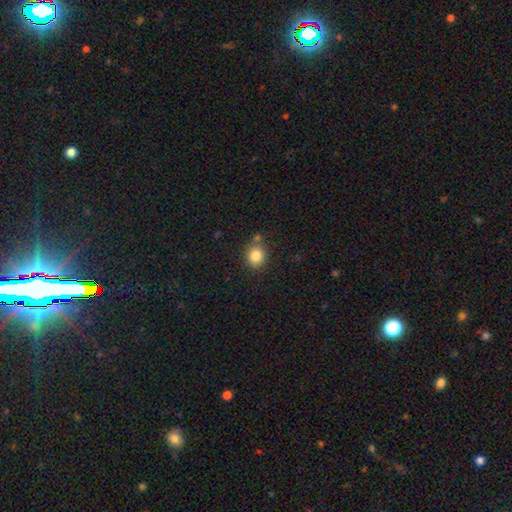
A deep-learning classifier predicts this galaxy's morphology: Smooth or featured: smooth — 84% (star or artifact — 10%)
How rounded: round — 70% (in between — 29%)
Merging: none — 77% (minor disturbance — 12%)